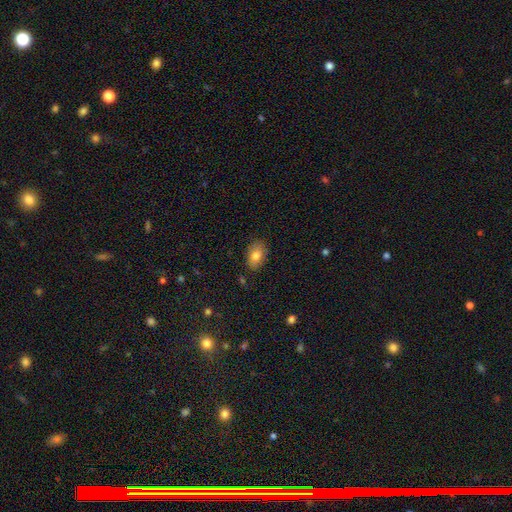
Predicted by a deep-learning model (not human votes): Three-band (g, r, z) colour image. It shows a smooth galaxy with no disk features (80%) that is in between round and cigar-shaped (89%). Merging: none (82%).